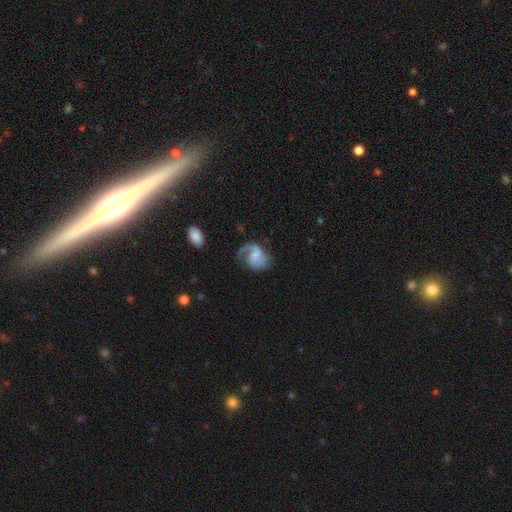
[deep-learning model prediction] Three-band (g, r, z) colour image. It shows a featured or disk galaxy (78%) with a weak bar (48%), 2 (78%) medium (48%) spiral arms (93%) and a small central bulge (32%). Merging: none (59%).